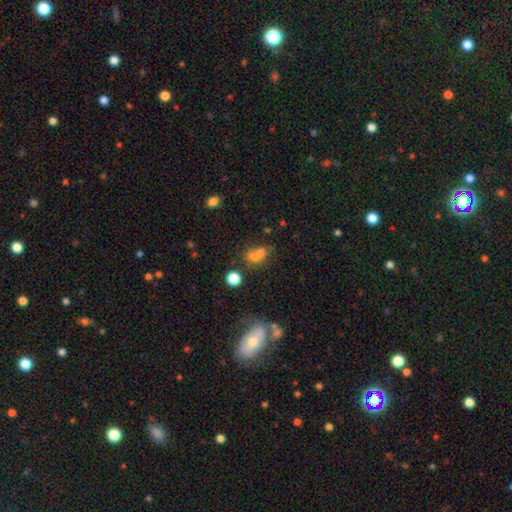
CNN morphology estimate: Smooth or featured? smooth (66%)
How rounded? round (55%)
Merging? merger (54%)